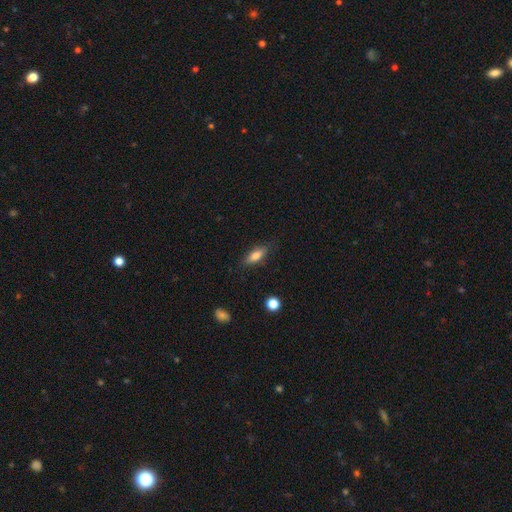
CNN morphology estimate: smooth-or-featured: smooth: 76% | featured or disk: 17% | star or artifact: 8%
  how-rounded: in between: 68% | cigar-shaped: 29% | round: 3%
  merging: none: 81% | minor disturbance: 15% | major disturbance: 3% | merger: 1%